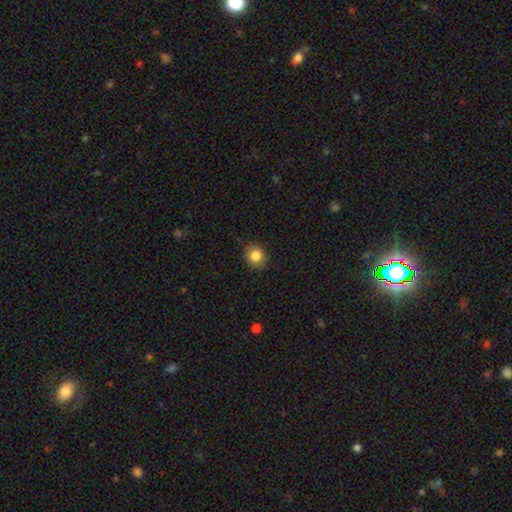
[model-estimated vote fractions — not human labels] This appears to be a smooth galaxy with no disk features (85%) that is round (82%). Merging: none (89%).